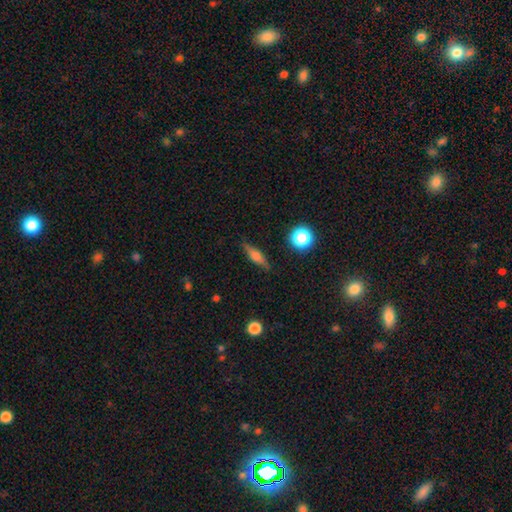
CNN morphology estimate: Smooth or featured?
  - smooth: 50% *
  - featured or disk: 41%
  - star or artifact: 9%
How rounded?
  - cigar-shaped: 64% *
  - in between: 30%
  - round: 7%
Merging?
  - none: 85% *
  - minor disturbance: 11%
  - major disturbance: 3%
  - merger: 1%